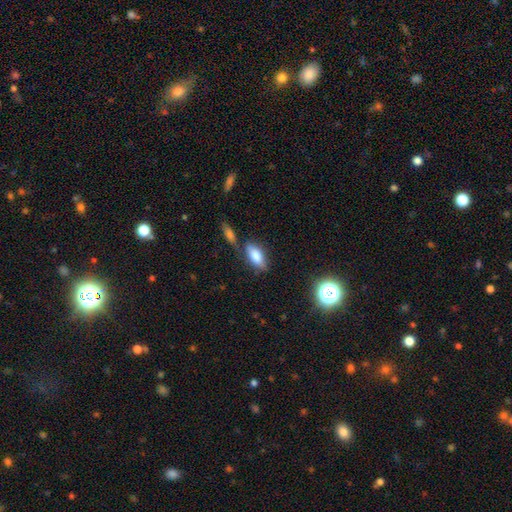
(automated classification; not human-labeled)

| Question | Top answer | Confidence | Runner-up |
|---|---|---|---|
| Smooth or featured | smooth | 77% | featured or disk (14%) |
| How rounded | in between | 85% | cigar-shaped (11%) |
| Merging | none | 62% | minor disturbance (18%) |